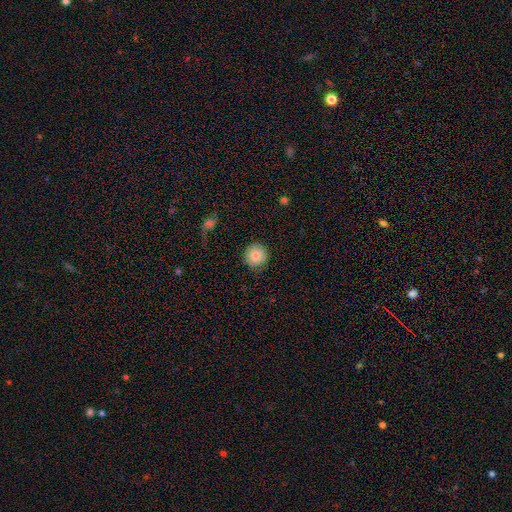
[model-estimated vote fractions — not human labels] Smooth or featured: smooth — 83% (star or artifact — 9%)
How rounded: round — 93% (in between — 6%)
Merging: none — 85% (minor disturbance — 10%)